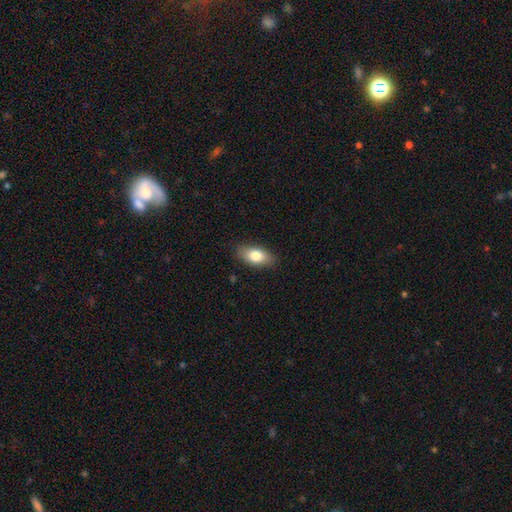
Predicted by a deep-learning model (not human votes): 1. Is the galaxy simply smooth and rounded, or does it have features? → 80% smooth, 14% featured or disk, 7% star or artifact.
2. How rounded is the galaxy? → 89% in between, 7% cigar-shaped, 4% round.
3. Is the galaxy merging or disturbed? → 86% none, 10% minor disturbance, 2% major disturbance, 1% merger.